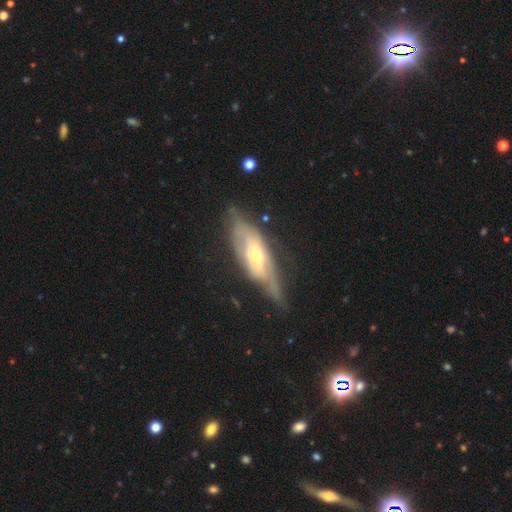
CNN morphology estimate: smooth_or_featured: featured or disk (p=0.72) [alt: smooth p=0.22]
disk_edge_on: no (p=0.62) [alt: yes p=0.38]
merging: none (p=0.52) [alt: minor disturbance p=0.30]